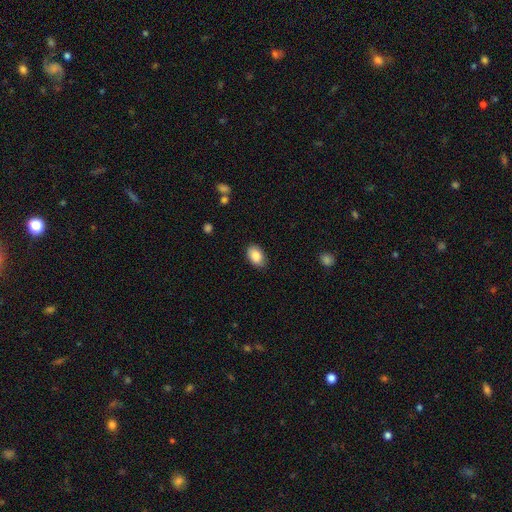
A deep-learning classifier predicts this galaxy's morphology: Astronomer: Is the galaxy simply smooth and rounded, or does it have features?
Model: smooth — 87%.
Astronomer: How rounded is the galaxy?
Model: in between — 87%.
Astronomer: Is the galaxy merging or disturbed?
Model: none — 83%.